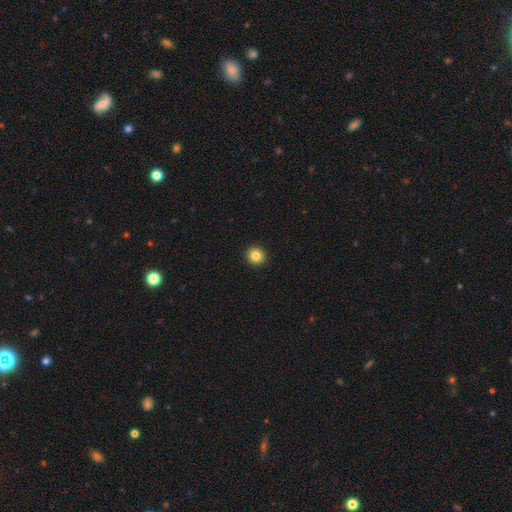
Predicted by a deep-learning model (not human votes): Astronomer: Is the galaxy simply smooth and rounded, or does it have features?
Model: smooth — 84%.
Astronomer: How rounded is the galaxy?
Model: round — 94%.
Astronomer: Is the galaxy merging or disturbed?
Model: none — 94%.